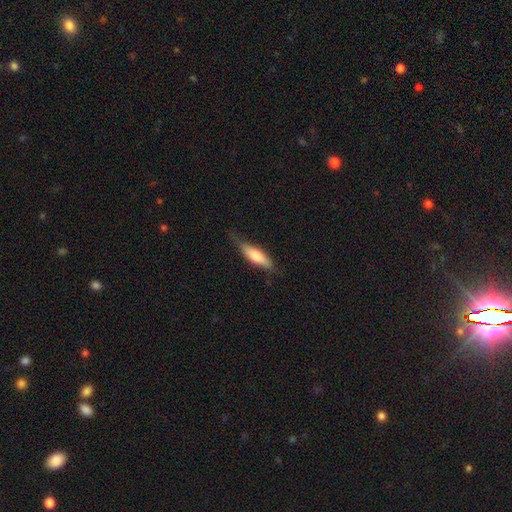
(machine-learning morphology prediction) type=smooth (70%); roundness=cigar-shaped (54%); merging=none (65%).